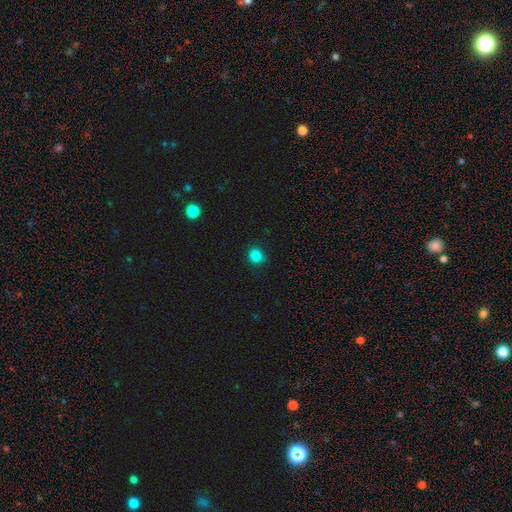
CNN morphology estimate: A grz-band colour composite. It shows a smooth galaxy with no disk features (85%) that is round (84%). Merging: none (86%).